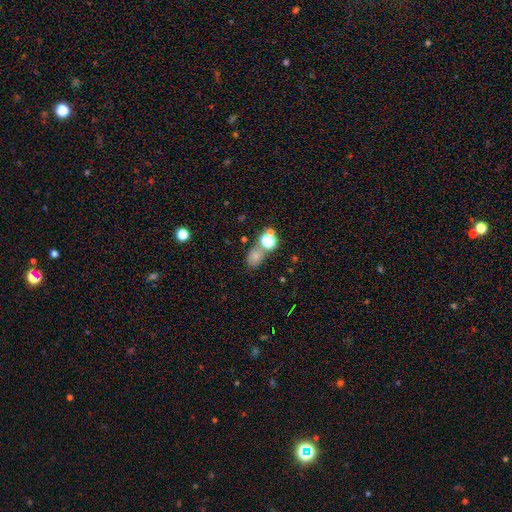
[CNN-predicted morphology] Smooth or featured: smooth — 66% (star or artifact — 23%)
How rounded: in between — 57% (round — 42%)
Merging: none — 59% (merger — 23%)